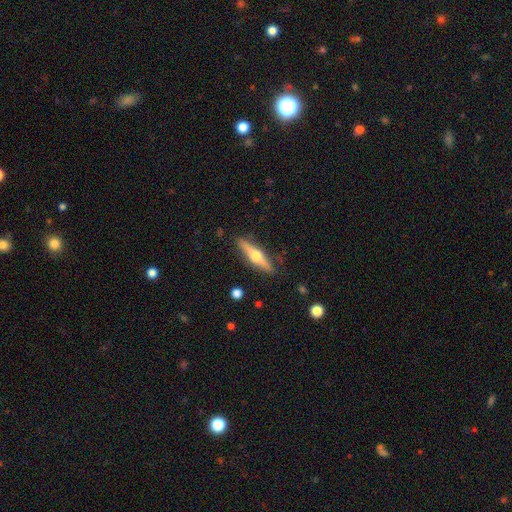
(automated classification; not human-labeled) This appears to be a featured or disk galaxy (67%) viewed edge-on (97%) with a rounded central bulge (95%). Merging: none (89%).